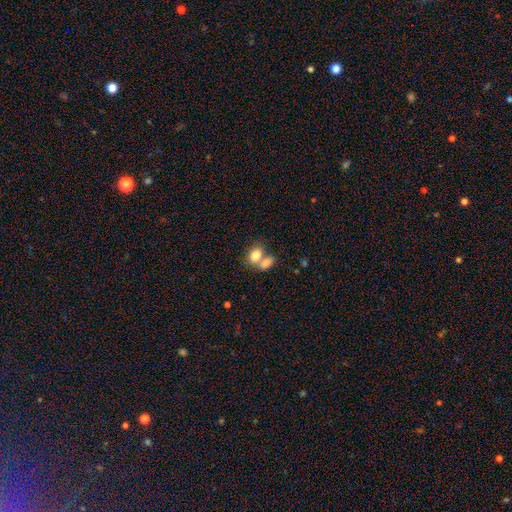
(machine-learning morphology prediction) Smooth or featured? Predicted: smooth (p=0.81). How rounded? Predicted: in between (p=0.79). Merging? Predicted: merger (p=0.56).